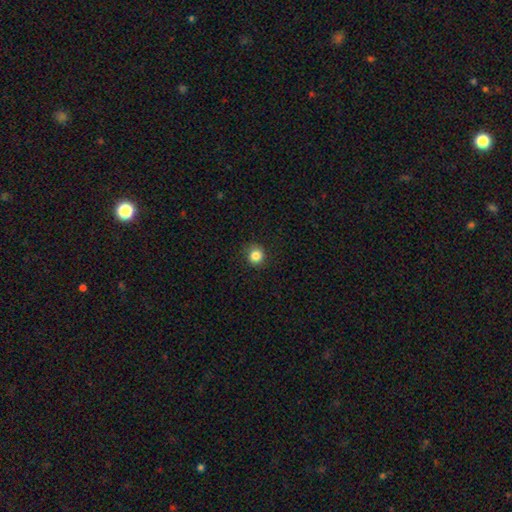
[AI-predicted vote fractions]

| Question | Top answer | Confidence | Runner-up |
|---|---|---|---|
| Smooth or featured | smooth | 85% | star or artifact (11%) |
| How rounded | round | 91% | in between (8%) |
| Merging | none | 87% | minor disturbance (9%) |